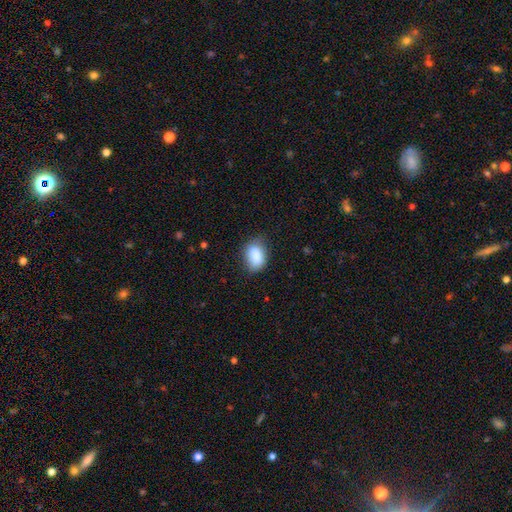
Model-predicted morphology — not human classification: smooth-or-featured: smooth: 85% | star or artifact: 8% | featured or disk: 7%
  how-rounded: in between: 84% | round: 14% | cigar-shaped: 2%
  merging: none: 65% | minor disturbance: 26% | major disturbance: 6% | merger: 3%